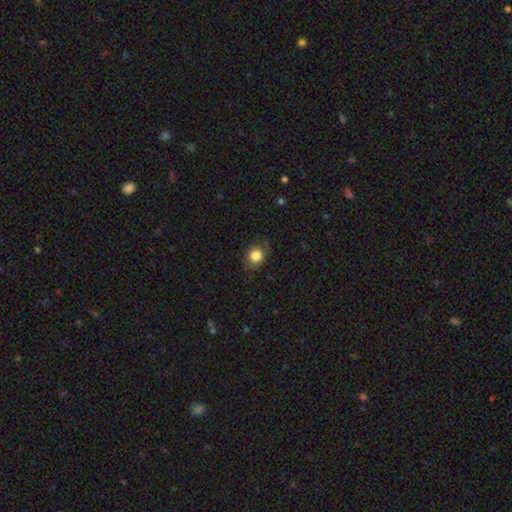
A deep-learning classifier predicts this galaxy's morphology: Smooth or featured? Predicted: smooth (p=0.82). How rounded? Predicted: round (p=0.70). Merging? Predicted: none (p=0.77).